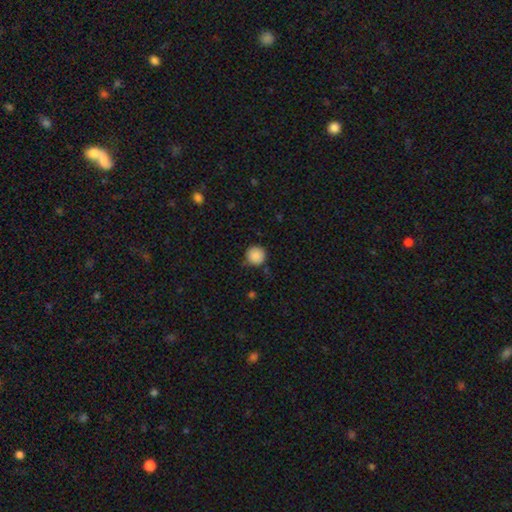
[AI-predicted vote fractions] A smooth galaxy with no disk features (88%) that is round (95%).

Vote fractions:
- Smooth or featured? smooth: 88% / star or artifact: 9% / featured or disk: 3%
- How rounded? round: 95% / in between: 4% / cigar-shaped: 1%
- Merging? none: 82% / minor disturbance: 13% / major disturbance: 3% / merger: 2%